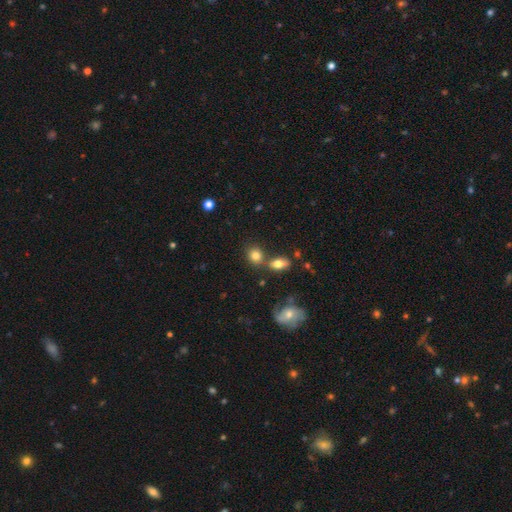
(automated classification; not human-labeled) This appears to be a smooth galaxy with no disk features (79%) that is round (65%). Merging: none (60%).